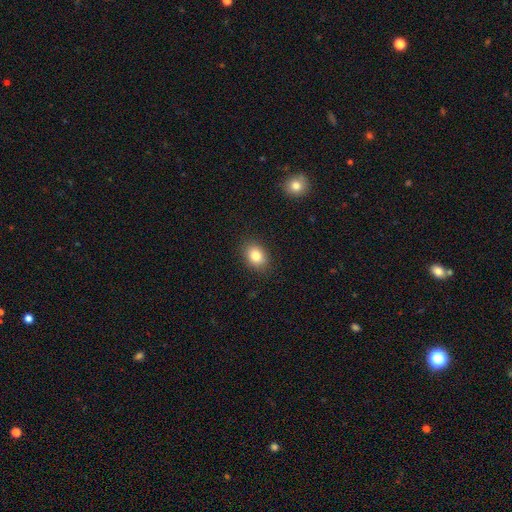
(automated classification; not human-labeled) A smooth galaxy with no disk features (83%) that is in between round and cigar-shaped (71%).

Vote fractions:
- Smooth or featured? smooth: 83% / star or artifact: 9% / featured or disk: 8%
- How rounded? in between: 71% / round: 28% / cigar-shaped: 1%
- Merging? none: 88% / minor disturbance: 9% / major disturbance: 2% / merger: 1%